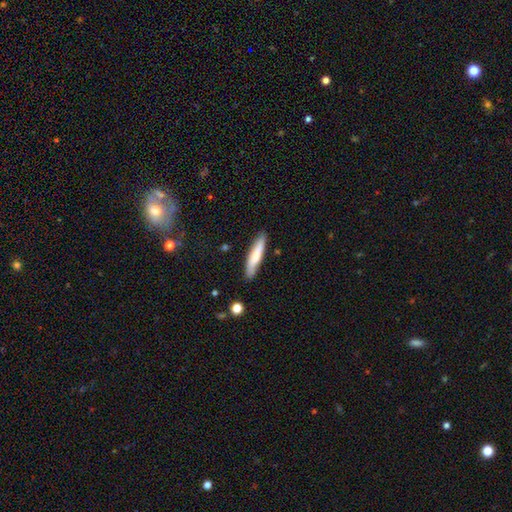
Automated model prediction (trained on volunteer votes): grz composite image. It shows a smooth galaxy with no disk features (72%) that is cigar-shaped (86%). Merging: none (85%).